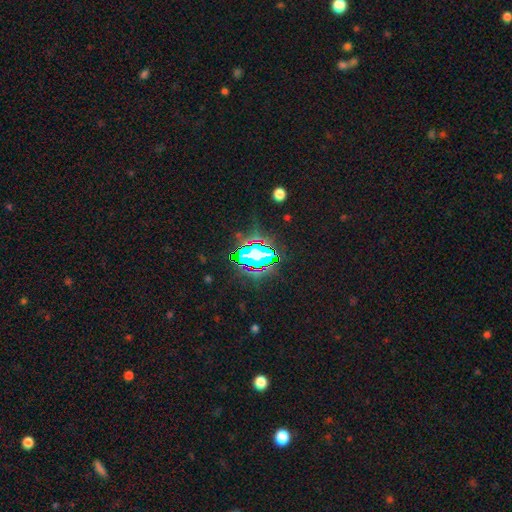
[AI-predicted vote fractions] star or artifact 67%, smooth 19%, featured or disk 13%.